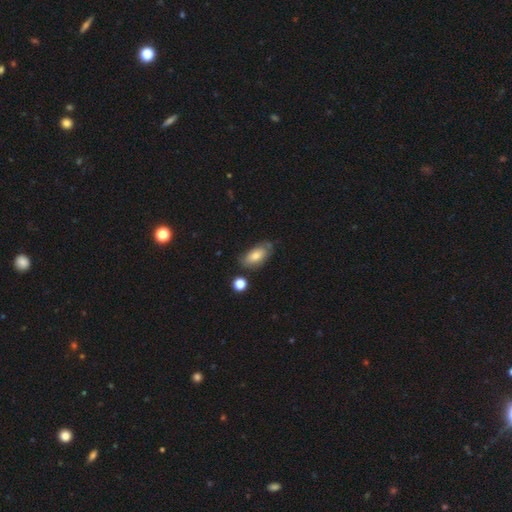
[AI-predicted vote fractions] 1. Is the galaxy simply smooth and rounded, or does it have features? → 75% smooth, 18% featured or disk, 7% star or artifact.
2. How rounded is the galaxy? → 90% in between, 6% cigar-shaped, 4% round.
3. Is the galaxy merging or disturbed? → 65% none, 25% minor disturbance, 6% major disturbance, 5% merger.